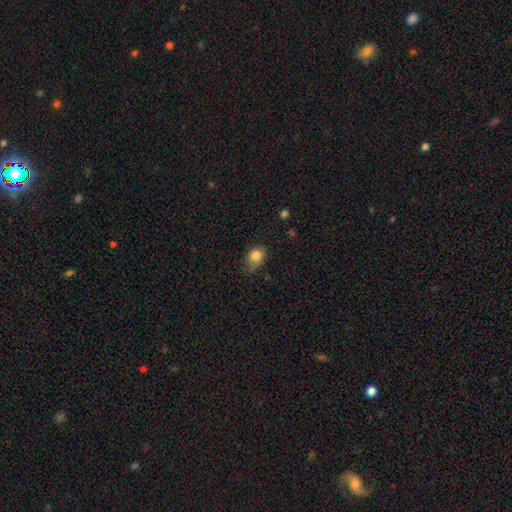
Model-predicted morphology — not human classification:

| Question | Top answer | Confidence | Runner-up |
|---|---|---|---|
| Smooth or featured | smooth | 83% | star or artifact (9%) |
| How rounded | in between | 65% | round (34%) |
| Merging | none | 53% | minor disturbance (37%) |